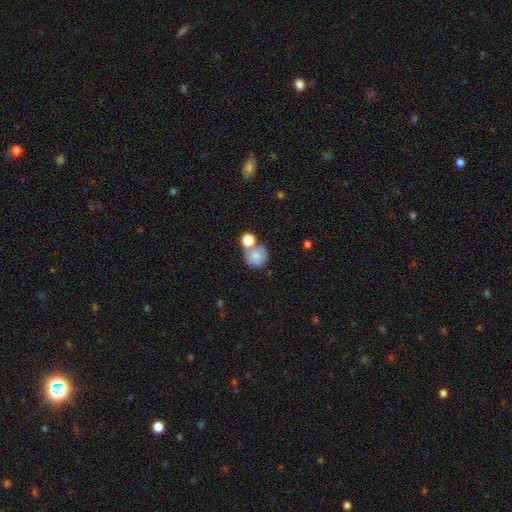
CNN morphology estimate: A smooth galaxy with no disk features (80%) that is round (87%). Merging: none (50%).